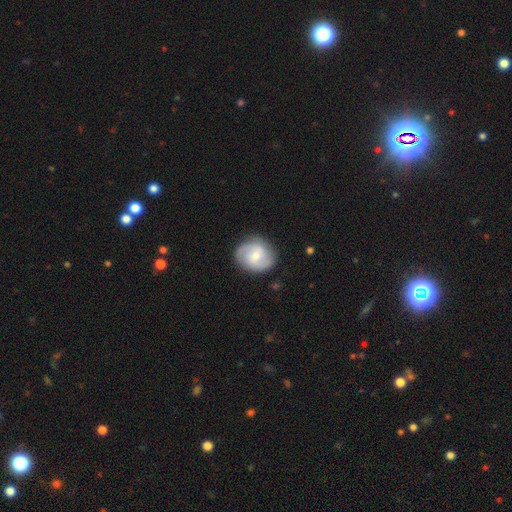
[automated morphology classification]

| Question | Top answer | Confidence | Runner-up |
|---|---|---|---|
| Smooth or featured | featured or disk | 63% | smooth (31%) |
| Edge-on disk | no | 97% | yes (3%) |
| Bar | weak | 46% | no (44%) |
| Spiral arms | yes | 90% | no (10%) |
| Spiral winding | medium | 46% | tight (35%) |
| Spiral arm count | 2 | 75% | can't tell (12%) |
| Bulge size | small | 54% | moderate (40%) |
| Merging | none | 83% | minor disturbance (12%) |